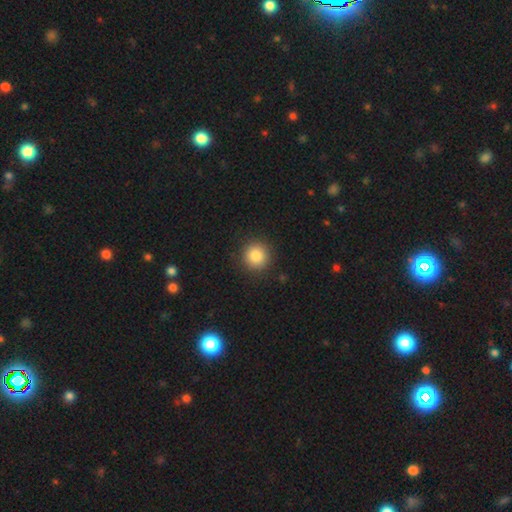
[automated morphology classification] This appears to be a smooth galaxy with no disk features (85%) that is round (94%). Merging: none (91%).